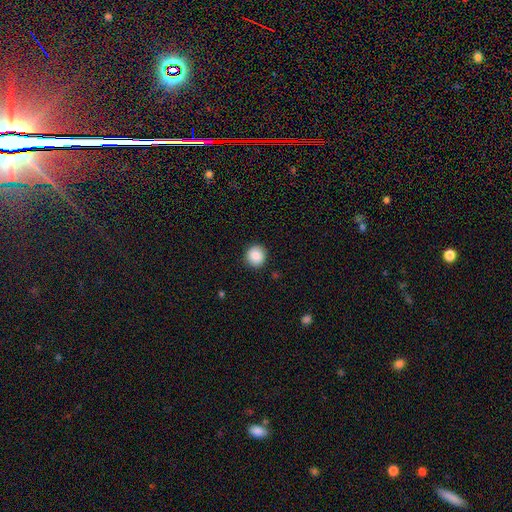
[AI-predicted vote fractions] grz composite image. It shows a smooth galaxy with no disk features (88%) that is round (91%). Merging: none (91%).